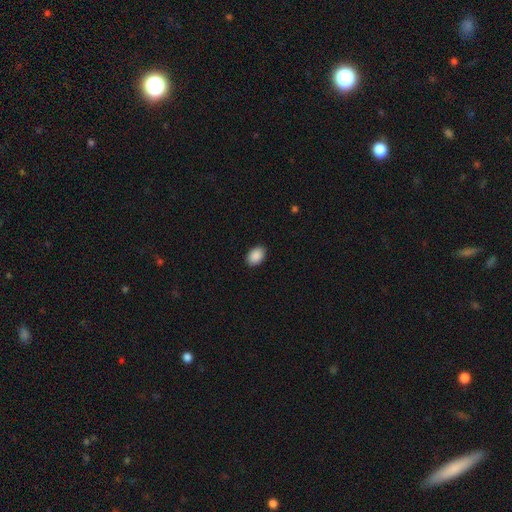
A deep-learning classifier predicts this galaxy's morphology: type=smooth (90%); roundness=in between (83%); merging=none (90%).